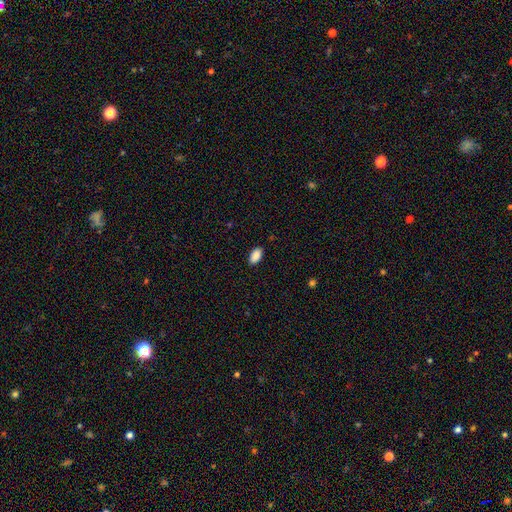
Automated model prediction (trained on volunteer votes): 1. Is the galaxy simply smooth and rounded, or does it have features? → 90% smooth, 7% star or artifact, 3% featured or disk.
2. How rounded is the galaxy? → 94% in between, 3% round, 3% cigar-shaped.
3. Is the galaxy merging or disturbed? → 88% none, 9% minor disturbance, 2% major disturbance, 1% merger.